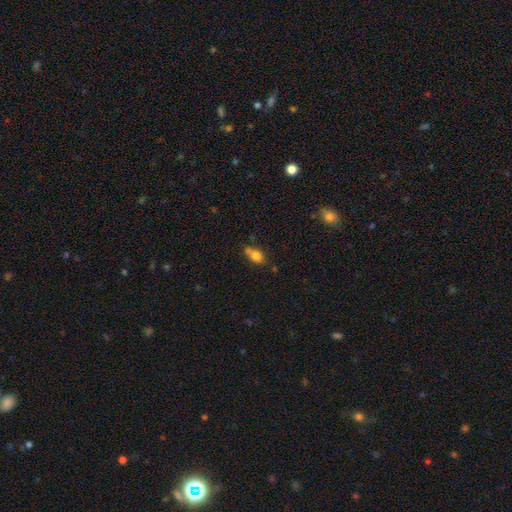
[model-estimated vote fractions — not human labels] This is likely a smooth galaxy (79%). How rounded: likely in between (64%). Merging: possibly none (51%).